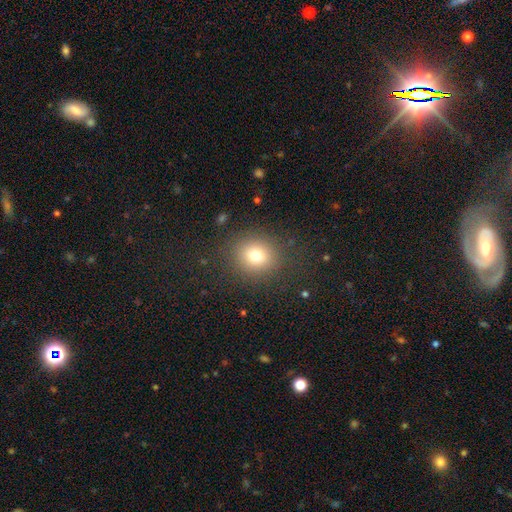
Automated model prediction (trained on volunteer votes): Smooth or featured?
  - smooth: 75% *
  - star or artifact: 14%
  - featured or disk: 11%
How rounded?
  - round: 83% *
  - in between: 16%
  - cigar-shaped: 1%
Merging?
  - none: 85% *
  - minor disturbance: 8%
  - major disturbance: 5%
  - merger: 1%